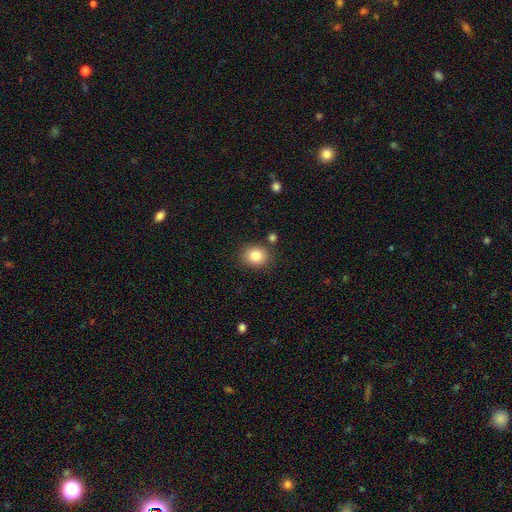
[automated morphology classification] This is clearly a smooth galaxy (84%). How rounded: likely round (67%). Merging: clearly none (84%).